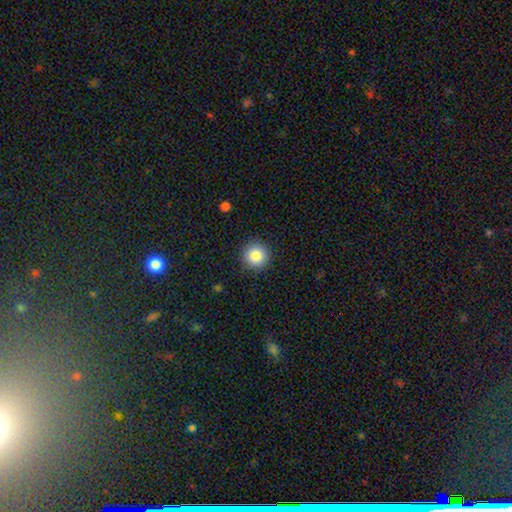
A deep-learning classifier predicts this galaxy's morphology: Smooth or featured? Predicted: smooth (p=0.85). How rounded? Predicted: round (p=0.95). Merging? Predicted: none (p=0.91).